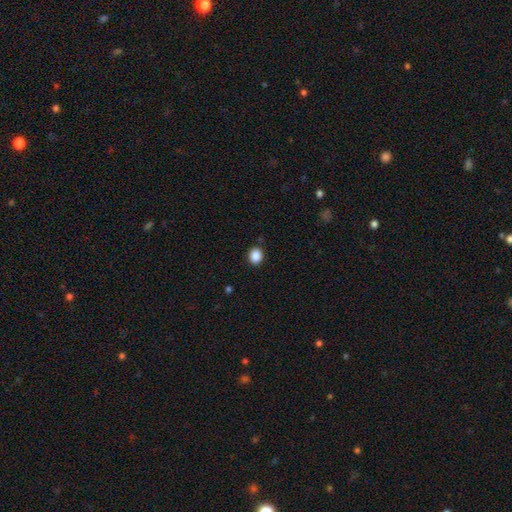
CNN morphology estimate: Smooth or featured? smooth (88%)
How rounded? round (58%)
Merging? none (88%)